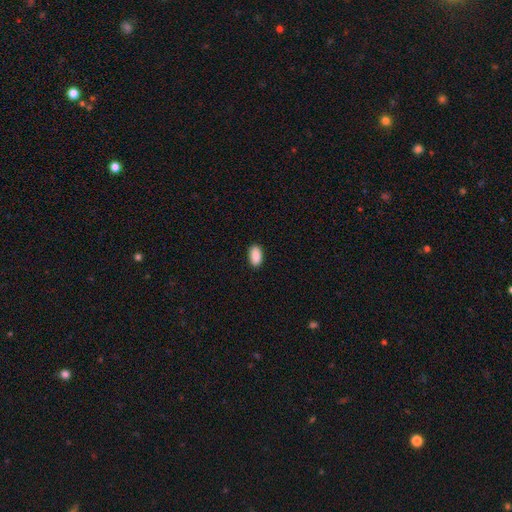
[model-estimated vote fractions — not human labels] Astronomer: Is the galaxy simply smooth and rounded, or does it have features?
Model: smooth — 91%.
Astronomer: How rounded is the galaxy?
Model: in between — 94%.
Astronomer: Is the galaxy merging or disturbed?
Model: none — 89%.